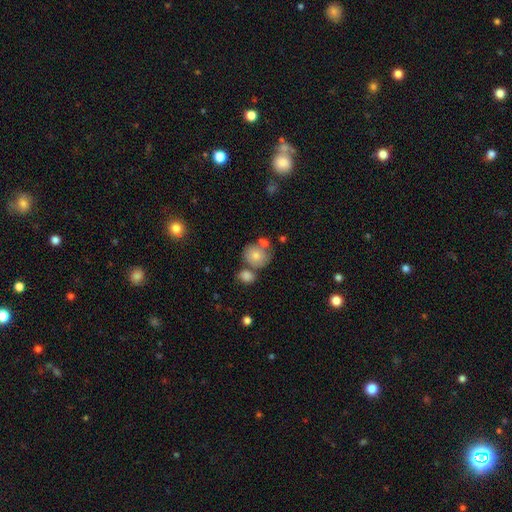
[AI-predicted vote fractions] Smooth or featured?
  - smooth: 76% *
  - featured or disk: 16%
  - star or artifact: 8%
How rounded?
  - round: 78% *
  - in between: 21%
  - cigar-shaped: 1%
Merging?
  - none: 50% *
  - merger: 32%
  - minor disturbance: 13%
  - major disturbance: 5%